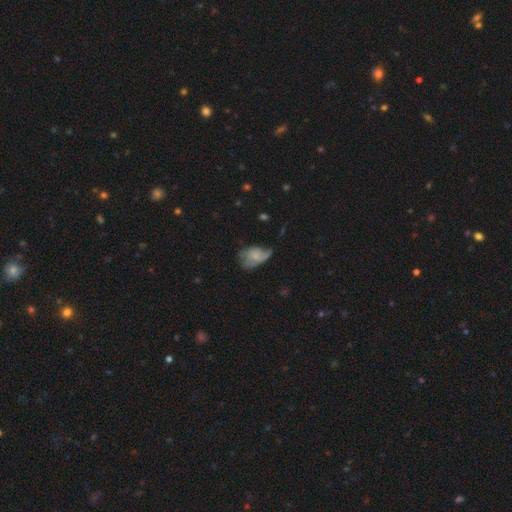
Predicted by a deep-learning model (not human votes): Smooth or featured?
  - smooth: 50% *
  - featured or disk: 41%
  - star or artifact: 8%
How rounded?
  - in between: 85% *
  - round: 14%
  - cigar-shaped: 2%
Merging?
  - minor disturbance: 35% *
  - major disturbance: 34%
  - none: 28%
  - merger: 4%